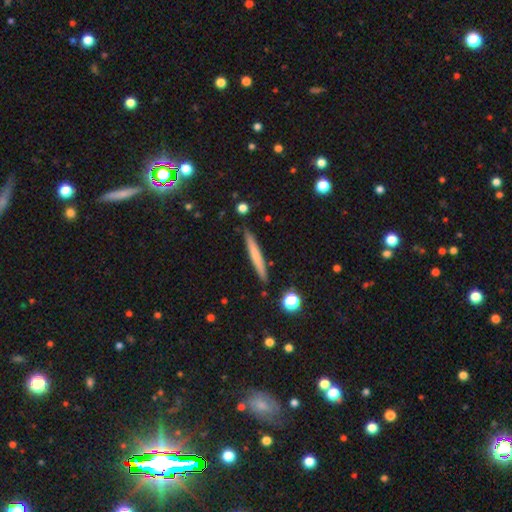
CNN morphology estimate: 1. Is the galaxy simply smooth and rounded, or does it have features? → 63% smooth, 31% featured or disk, 6% star or artifact.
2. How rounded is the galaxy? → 96% cigar-shaped, 3% in between, 1% round.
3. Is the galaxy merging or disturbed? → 90% none, 7% minor disturbance, 2% merger, 1% major disturbance.